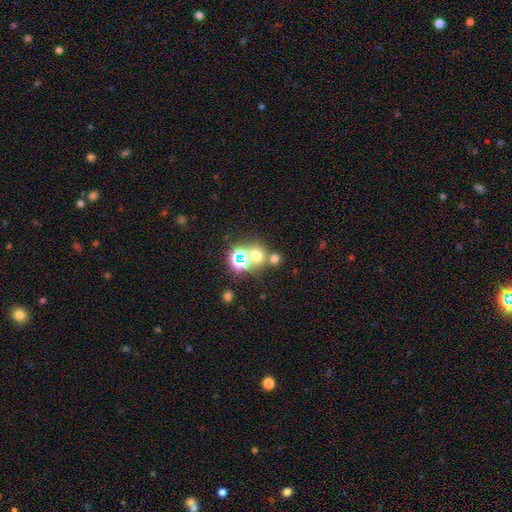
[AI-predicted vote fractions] Morphology: type=smooth (57%); roundness=round (84%); merging=none (61%).